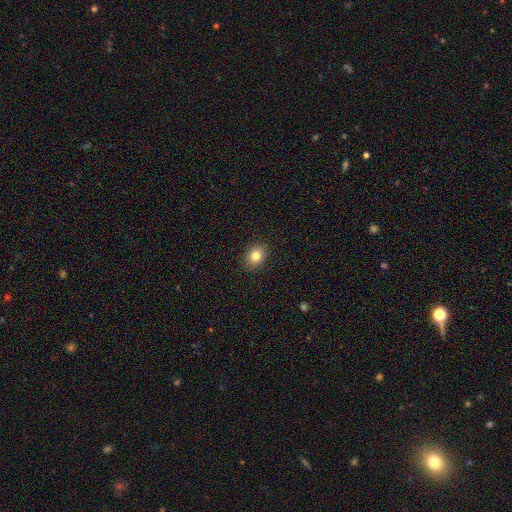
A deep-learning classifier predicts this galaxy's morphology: smooth_or_featured: smooth (p=0.81) [alt: star or artifact p=0.11]
how_rounded: round (p=0.58) [alt: in between p=0.41]
merging: none (p=0.90) [alt: minor disturbance p=0.07]